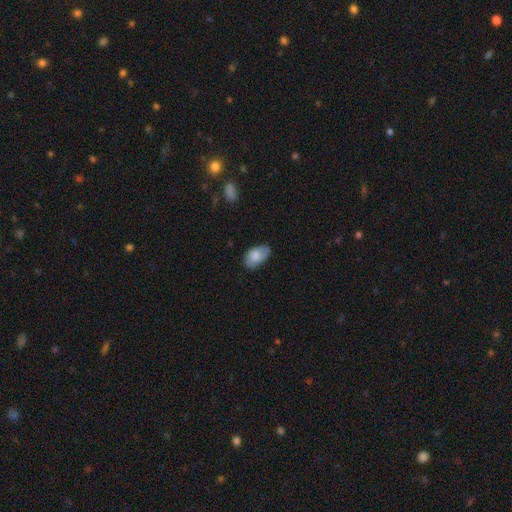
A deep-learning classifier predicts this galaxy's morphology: A smooth galaxy with no disk features (78%) that is in between round and cigar-shaped (92%).

Vote fractions:
- Smooth or featured? smooth: 78% / featured or disk: 15% / star or artifact: 7%
- How rounded? in between: 92% / round: 6% / cigar-shaped: 1%
- Merging? none: 64% / minor disturbance: 29% / major disturbance: 6% / merger: 1%